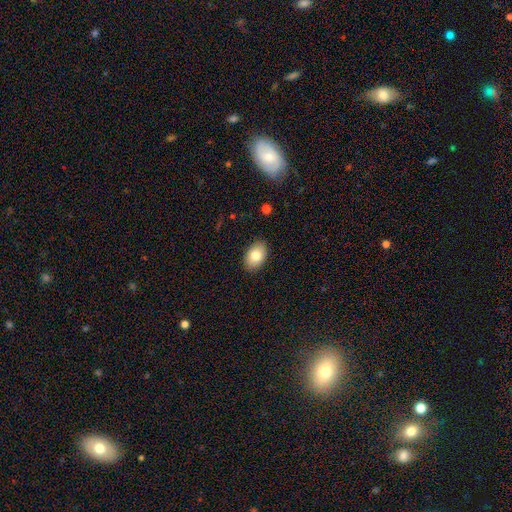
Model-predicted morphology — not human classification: This appears to be a smooth galaxy with no disk features (80%) that is in between round and cigar-shaped (87%). Merging: none (88%).